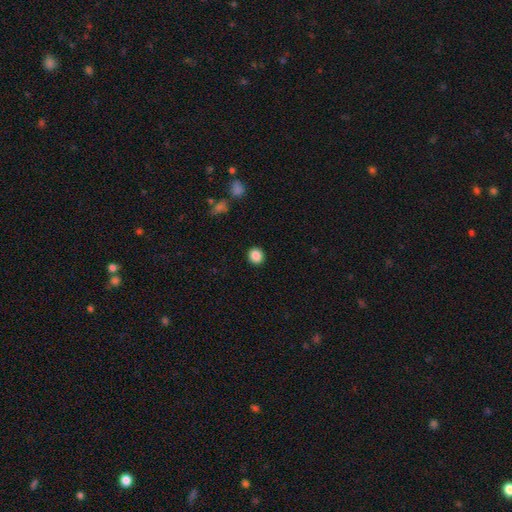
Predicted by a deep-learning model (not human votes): Smooth or featured: smooth — 87% (star or artifact — 10%)
How rounded: round — 86% (in between — 13%)
Merging: none — 92% (minor disturbance — 5%)